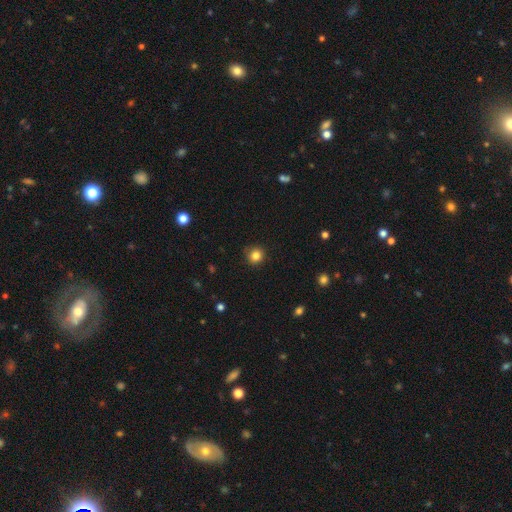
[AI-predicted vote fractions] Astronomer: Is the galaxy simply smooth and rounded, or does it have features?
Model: smooth — 83%.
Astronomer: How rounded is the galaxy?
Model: round — 92%.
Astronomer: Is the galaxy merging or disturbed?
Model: none — 86%.